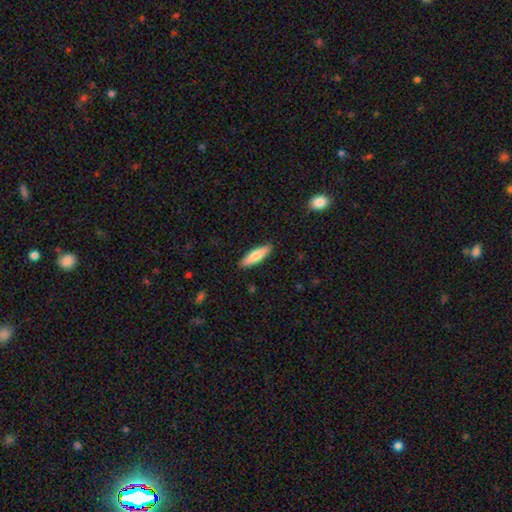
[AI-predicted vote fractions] Smooth or featured? Predicted: smooth (p=0.73). How rounded? Predicted: cigar-shaped (p=0.63). Merging? Predicted: none (p=0.90).